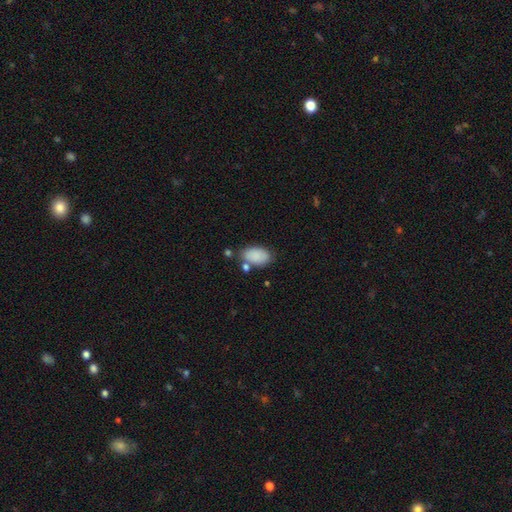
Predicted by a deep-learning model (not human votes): Overall: smooth (86%). How rounded: in between (93%). Merging: none (67%).